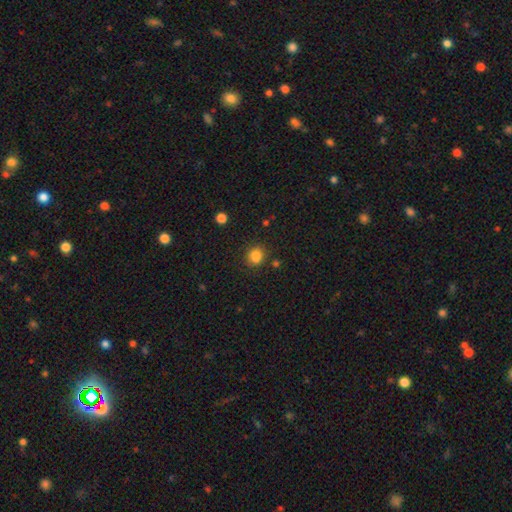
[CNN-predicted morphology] A smooth galaxy with no disk features (83%) that is round (77%). Merging: none (82%).